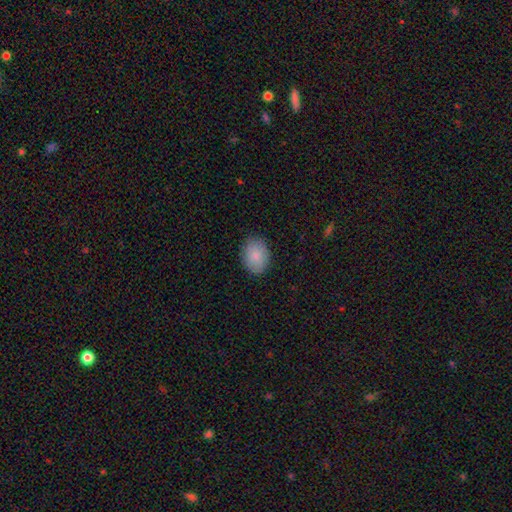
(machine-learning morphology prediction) A smooth galaxy with no disk features (85%) that is in between round and cigar-shaped (71%). Merging: none (86%).